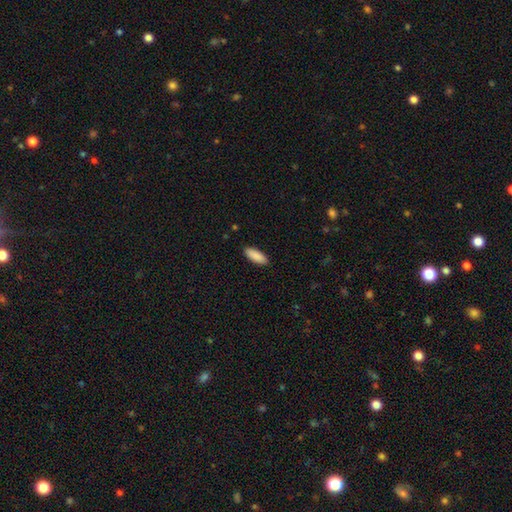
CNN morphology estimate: type=smooth (90%); roundness=in between (71%); merging=none (90%).